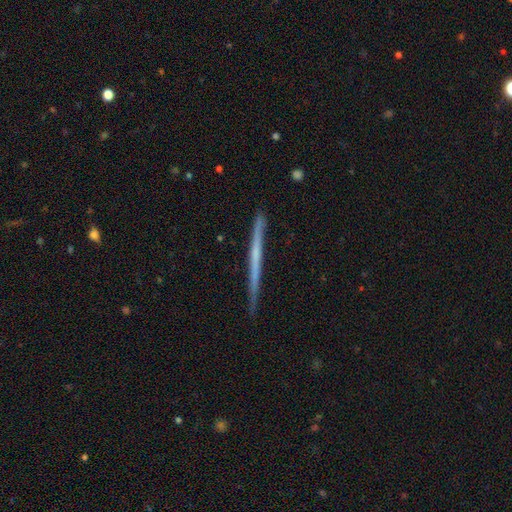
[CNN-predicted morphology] type=featured or disk (59%); edge-on=yes (98%); edge-on bulge=none (87%); merging=none (88%).